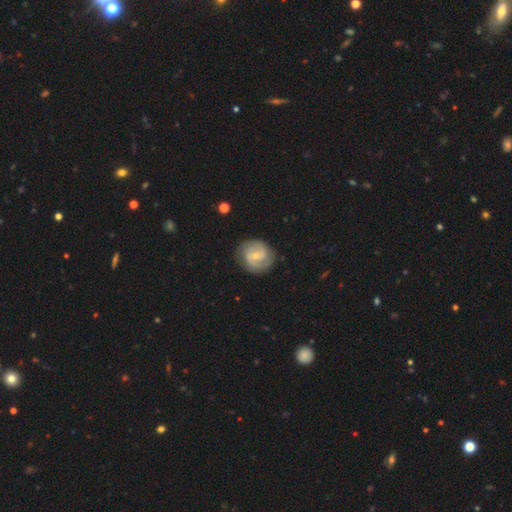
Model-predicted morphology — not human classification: Q: Smooth or featured?
A: featured or disk (69%); runner-up: smooth (26%)
Q: Edge-on disk?
A: no (98%); runner-up: yes (2%)
Q: Bar?
A: weak (51%); runner-up: no (34%)
Q: Spiral arms?
A: yes (87%); runner-up: no (13%)
Q: Spiral winding?
A: medium (42%); runner-up: tight (41%)
Q: Spiral arm count?
A: 2 (73%); runner-up: can't tell (16%)
Q: Bulge size?
A: small (66%); runner-up: moderate (30%)
Q: Merging?
A: none (81%); runner-up: minor disturbance (13%)